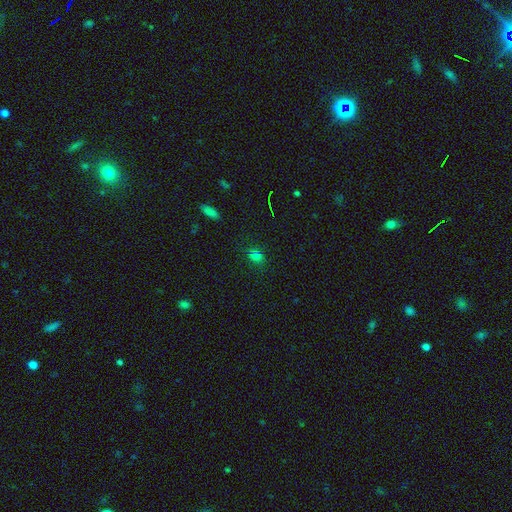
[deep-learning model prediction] smooth_or_featured: smooth (p=0.64) [alt: star or artifact p=0.29]
how_rounded: in between (p=0.60) [alt: round p=0.37]
merging: none (p=0.78) [alt: minor disturbance p=0.14]